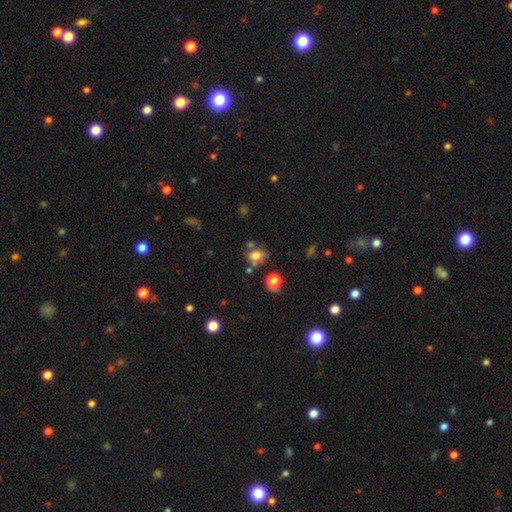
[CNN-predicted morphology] smooth_or_featured: smooth (p=0.71) [alt: star or artifact p=0.15]
how_rounded: in between (p=0.49) [tied with: round p=0.49]
merging: none (p=0.55) [alt: merger p=0.19]